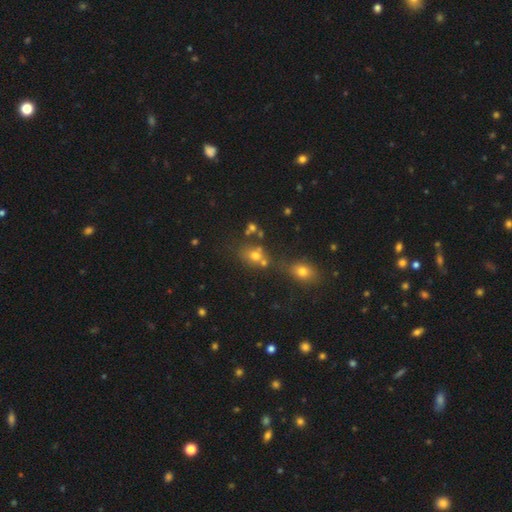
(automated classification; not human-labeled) Smooth or featured? smooth (62%)
How rounded? round (54%)
Merging? none (45%)